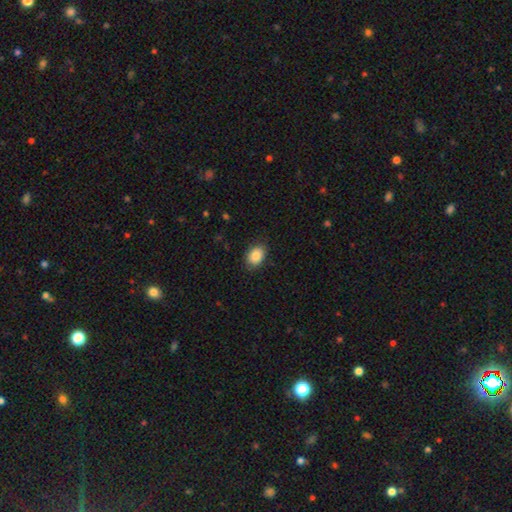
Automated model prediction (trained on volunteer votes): Morphology: type=smooth (86%); roundness=in between (73%); merging=none (84%).